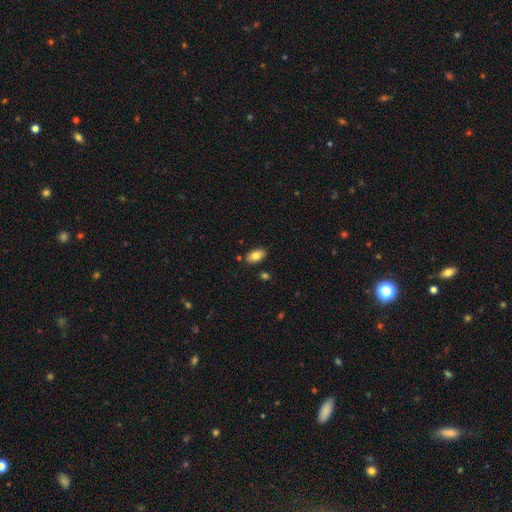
Smooth or featured: smooth — 81% (featured or disk — 14%)
How rounded: in between — 97% (round — 3%)
Merging: none — 83% (minor disturbance — 11%)